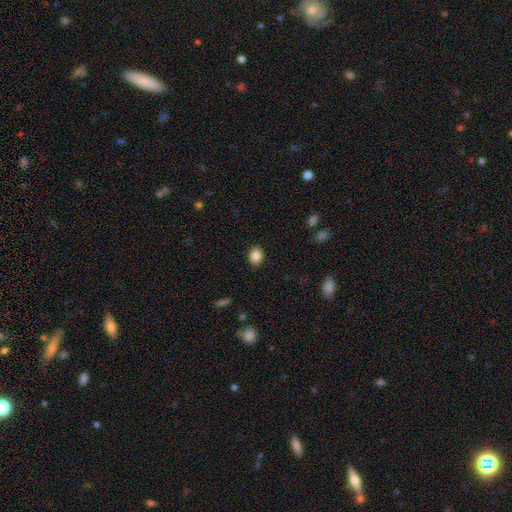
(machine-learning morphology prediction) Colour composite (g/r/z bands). It shows a smooth galaxy with no disk features (87%) that is in between round and cigar-shaped (53%). Merging: none (87%).